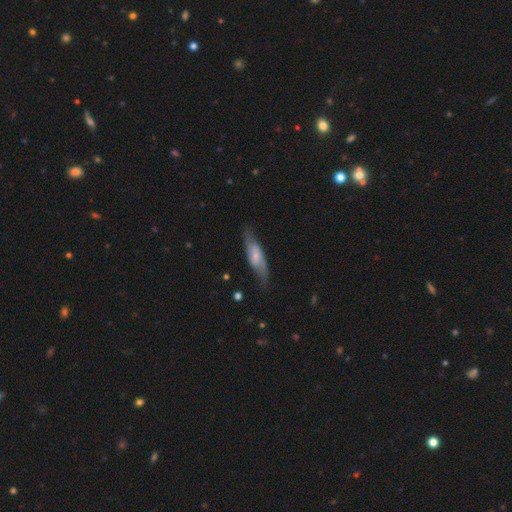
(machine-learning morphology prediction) This appears to be a featured or disk galaxy (58%). Merging: none (73%).